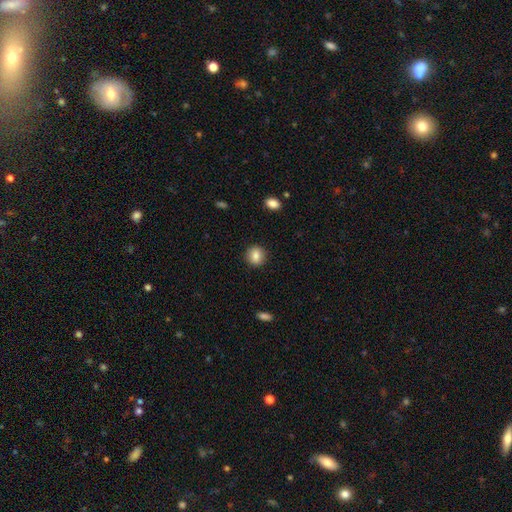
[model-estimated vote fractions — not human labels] Overall: smooth (85%). How rounded: round (86%). Merging: none (90%).